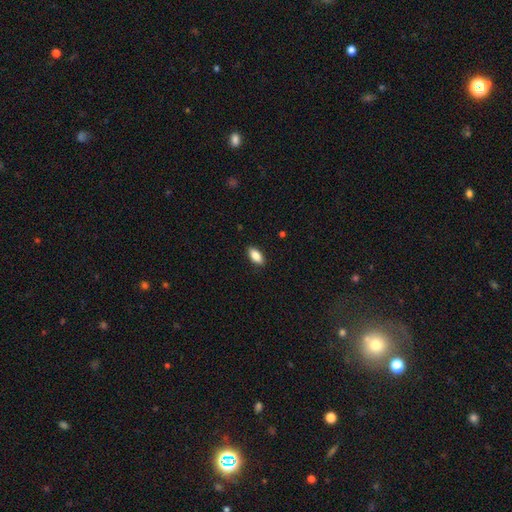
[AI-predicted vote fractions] Smooth or featured: smooth — 86% (featured or disk — 7%)
How rounded: in between — 87% (cigar-shaped — 10%)
Merging: none — 89% (minor disturbance — 8%)